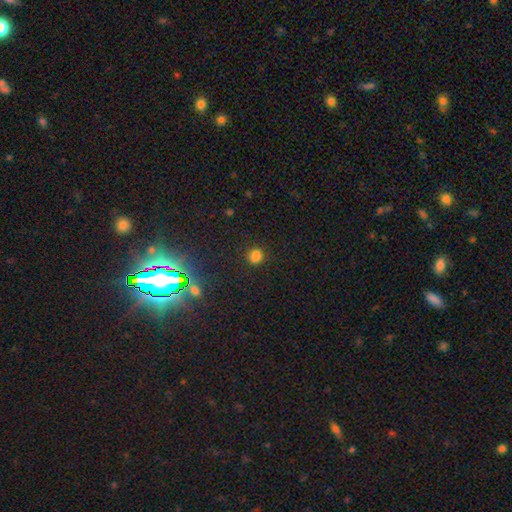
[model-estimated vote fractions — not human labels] The model was most divided on "smooth or featured": smooth: 78%, star or artifact: 18%, featured or disk: 4%. More confident: merging — none (85%); how rounded — round (81%).